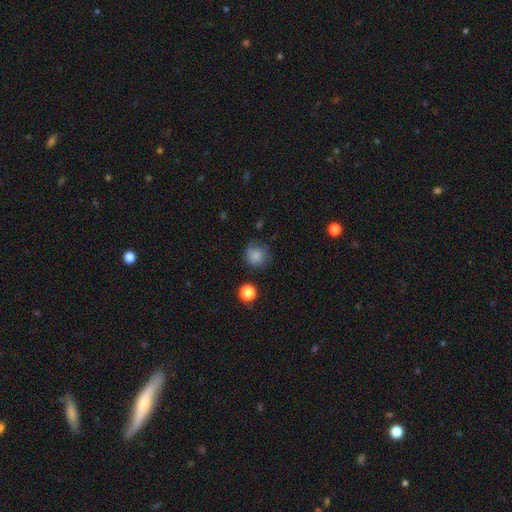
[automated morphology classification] type=smooth (78%); roundness=round (87%); merging=none (65%).